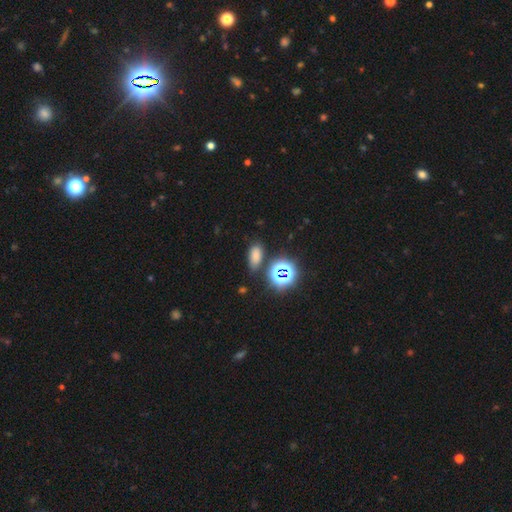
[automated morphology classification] type=smooth (68%); roundness=in between (83%); merging=none (76%).